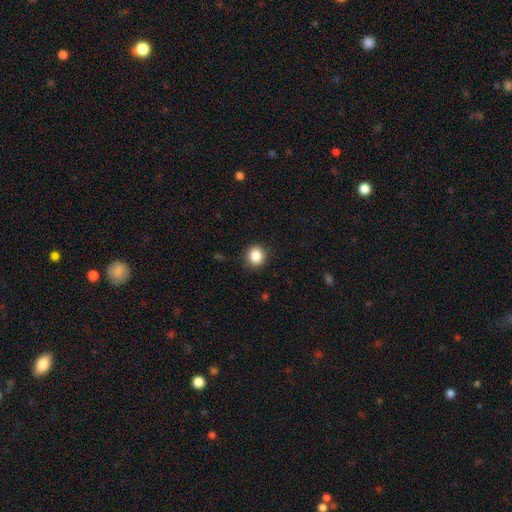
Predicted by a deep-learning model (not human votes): This is clearly a smooth galaxy (86%). How rounded: clearly round (90%). Merging: clearly none (90%).